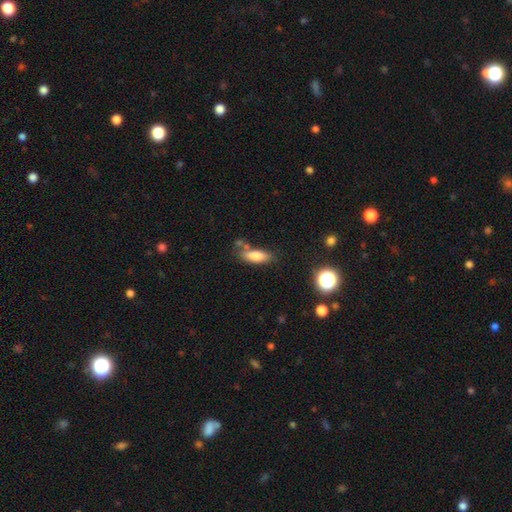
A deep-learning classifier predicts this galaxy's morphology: A smooth galaxy with no disk features (78%) that is in between round and cigar-shaped (65%).

Vote fractions:
- Smooth or featured? smooth: 78% / featured or disk: 13% / star or artifact: 9%
- How rounded? in between: 65% / cigar-shaped: 33% / round: 3%
- Merging? none: 62% / minor disturbance: 19% / merger: 12% / major disturbance: 6%